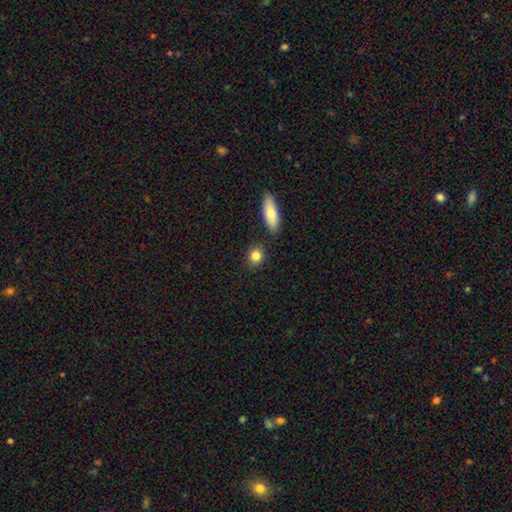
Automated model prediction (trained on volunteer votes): Morphology: type=smooth (85%); roundness=round (72%); merging=none (85%).